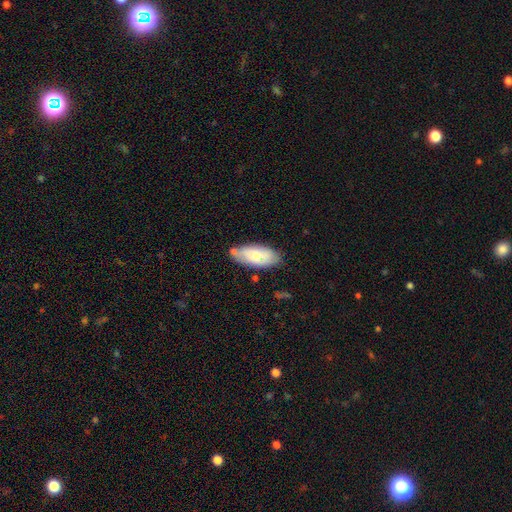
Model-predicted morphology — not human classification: type=smooth (67%); roundness=in between (88%); merging=none (69%).